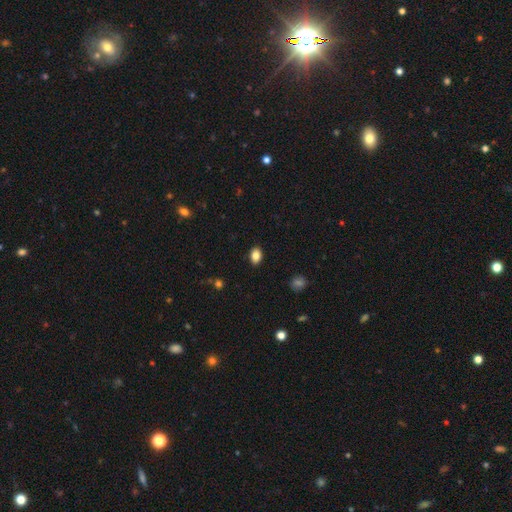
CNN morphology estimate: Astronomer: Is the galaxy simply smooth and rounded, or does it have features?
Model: smooth — 84%.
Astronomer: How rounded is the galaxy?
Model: in between — 81%.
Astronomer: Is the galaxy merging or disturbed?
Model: none — 89%.